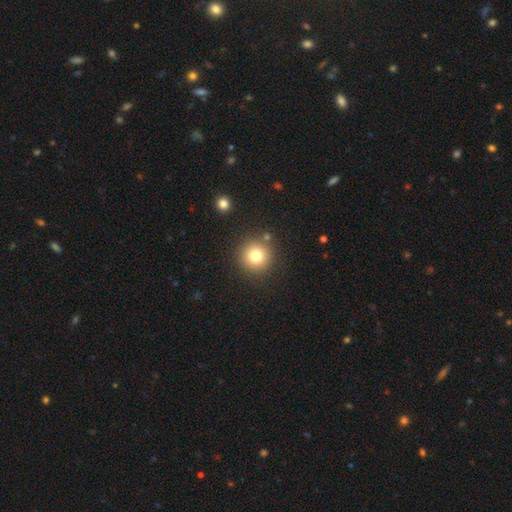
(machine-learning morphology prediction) Smooth or featured?
  - smooth: 78% *
  - star or artifact: 12%
  - featured or disk: 9%
How rounded?
  - round: 95% *
  - in between: 4%
  - cigar-shaped: 1%
Merging?
  - none: 87% *
  - minor disturbance: 7%
  - merger: 4%
  - major disturbance: 3%